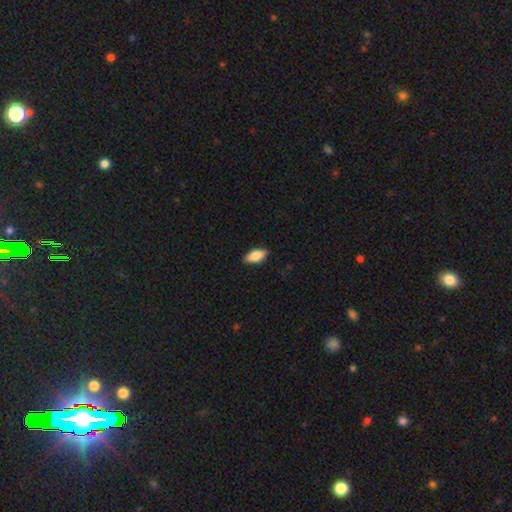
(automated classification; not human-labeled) Smooth or featured?
  - smooth: 84% *
  - featured or disk: 10%
  - star or artifact: 6%
How rounded?
  - in between: 88% *
  - cigar-shaped: 9%
  - round: 3%
Merging?
  - none: 88% *
  - minor disturbance: 9%
  - major disturbance: 2%
  - merger: 1%